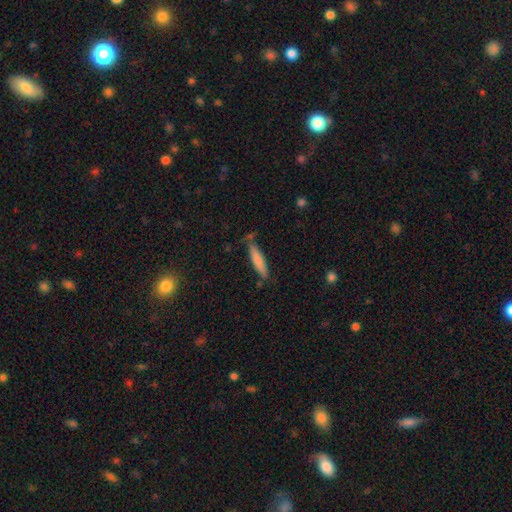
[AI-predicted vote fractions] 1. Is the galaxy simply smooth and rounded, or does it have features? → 73% smooth, 20% featured or disk, 7% star or artifact.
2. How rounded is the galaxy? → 86% cigar-shaped, 12% in between, 1% round.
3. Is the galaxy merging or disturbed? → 77% none, 16% minor disturbance, 4% merger, 3% major disturbance.